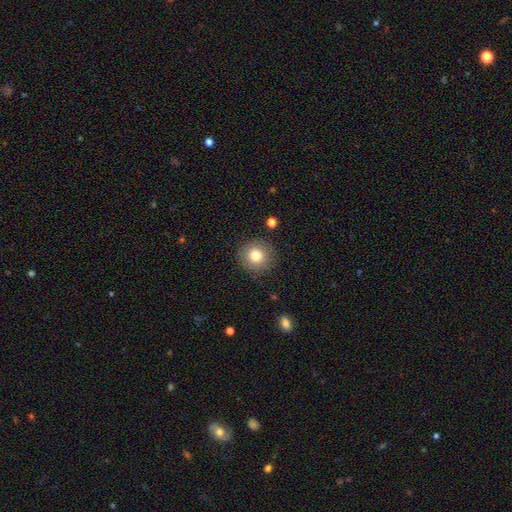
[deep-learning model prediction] smooth 80%, star or artifact 10%, featured or disk 10%. Down the decision tree: how rounded — round (94%); merging — none (88%).